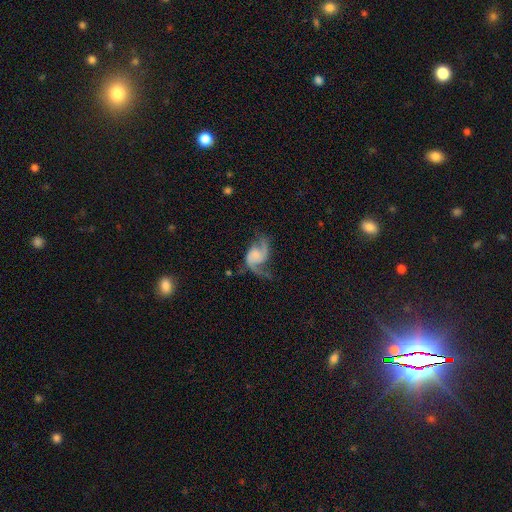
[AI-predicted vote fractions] smooth_or_featured: featured or disk (p=0.85) [alt: smooth p=0.09]
disk_edge_on: no (p=0.98) [alt: yes p=0.02]
bar: no (p=0.65) [alt: weak p=0.28]
has_spiral_arms: yes (p=0.96) [alt: no p=0.04]
spiral_winding: loose (p=0.55) [alt: medium p=0.36]
spiral_arm_count: 2 (p=0.90) [alt: 1 p=0.04]
bulge_size: none (p=0.43) [alt: small p=0.29]
merging: none (p=0.57) [alt: minor disturbance p=0.20]